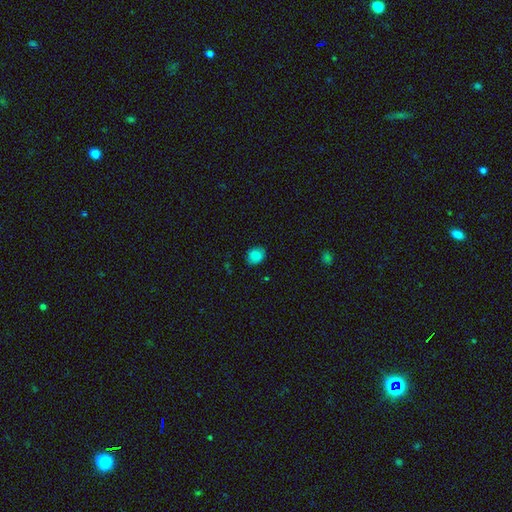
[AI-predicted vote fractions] This appears to be a smooth galaxy with no disk features (83%) that is round (51%). Merging: none (84%).